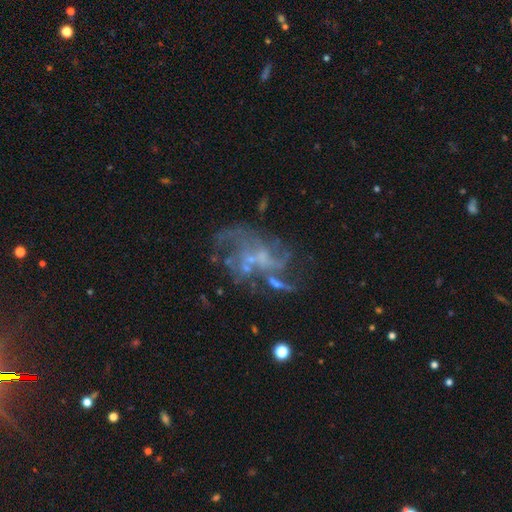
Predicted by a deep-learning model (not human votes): Overall: featured or disk (73%). Edge-on disk: no (97%). Bar: no (58%; weak 33%). Spiral arms: yes (78%). Spiral arm count: can't tell (37%; 3 18%). Spiral winding: medium (40%; loose 37%). Bulge size: none (43%; small 39%). Merging: none (53%; major disturbance 24%).